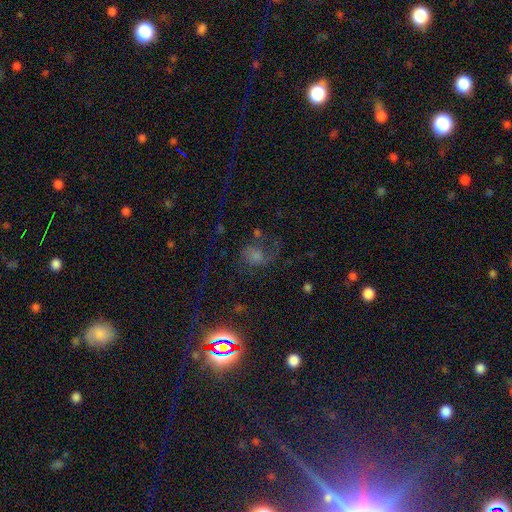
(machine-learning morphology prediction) A star or artifact, not a galaxy (37%).